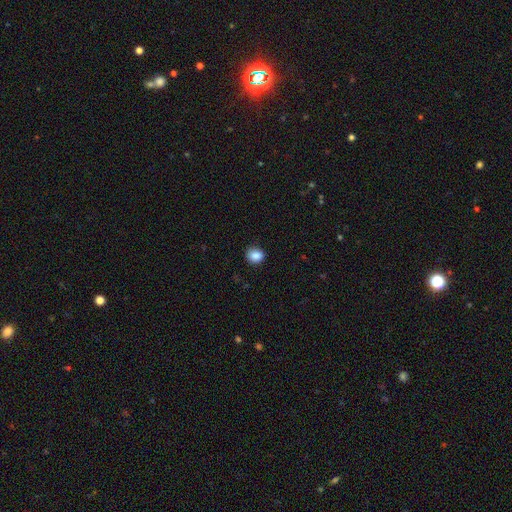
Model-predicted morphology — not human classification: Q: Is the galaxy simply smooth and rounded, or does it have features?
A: smooth — 87%.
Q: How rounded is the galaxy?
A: round — 74%.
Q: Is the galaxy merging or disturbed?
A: none — 85%.